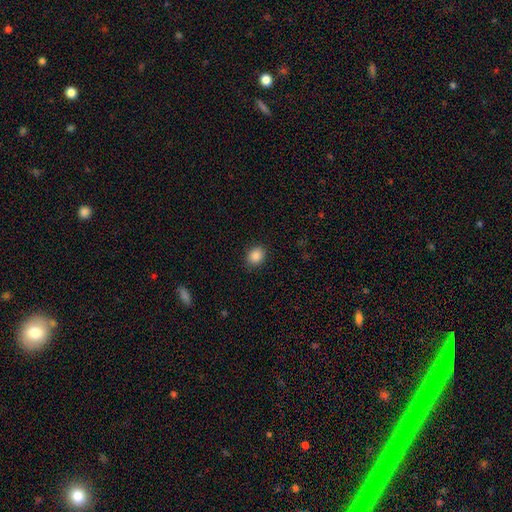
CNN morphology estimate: smooth 87%, star or artifact 9%, featured or disk 4%. Down the decision tree: how rounded — round (58%); merging — none (89%).